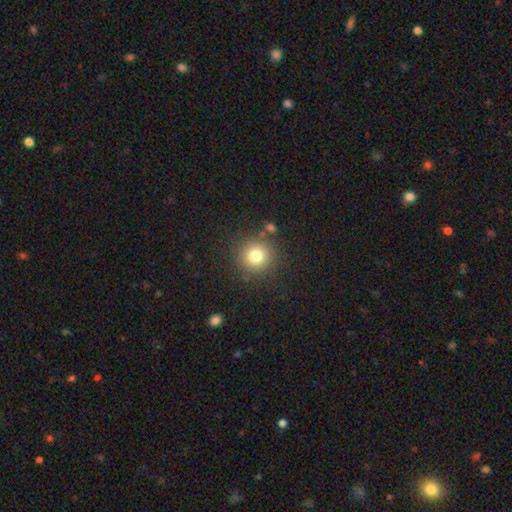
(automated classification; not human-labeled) Q: Smooth or featured?
A: smooth (78%); runner-up: star or artifact (13%)
Q: How rounded?
A: round (92%); runner-up: in between (7%)
Q: Merging?
A: none (85%); runner-up: minor disturbance (8%)